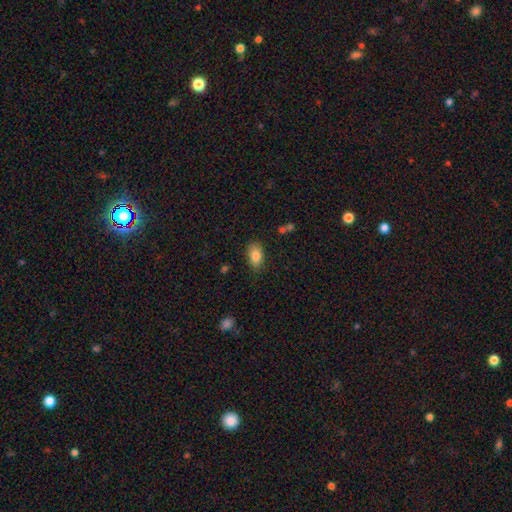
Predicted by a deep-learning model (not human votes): Smooth or featured? smooth (84%)
How rounded? in between (90%)
Merging? none (82%)